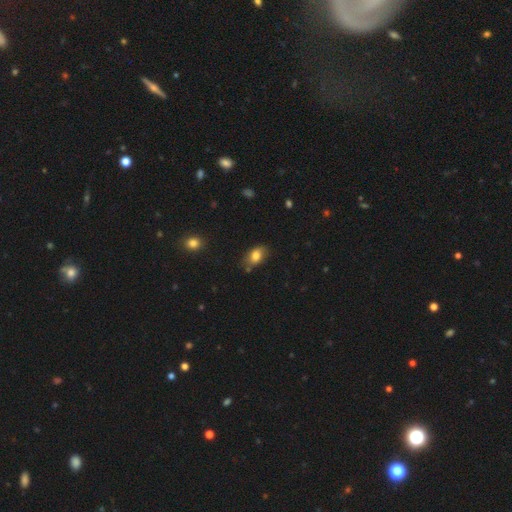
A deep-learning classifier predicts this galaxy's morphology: Smooth or featured?
  - smooth: 81% *
  - featured or disk: 11%
  - star or artifact: 8%
How rounded?
  - in between: 86% *
  - round: 12%
  - cigar-shaped: 2%
Merging?
  - none: 72% *
  - minor disturbance: 20%
  - major disturbance: 4%
  - merger: 4%